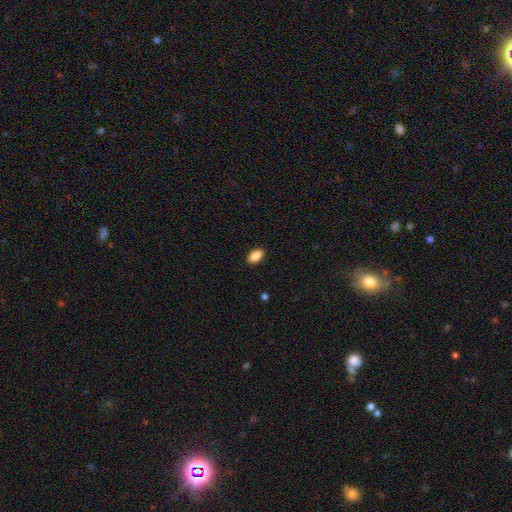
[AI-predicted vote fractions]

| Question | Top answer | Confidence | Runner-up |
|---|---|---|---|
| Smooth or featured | smooth | 88% | star or artifact (7%) |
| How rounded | in between | 92% | round (5%) |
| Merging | none | 90% | minor disturbance (7%) |